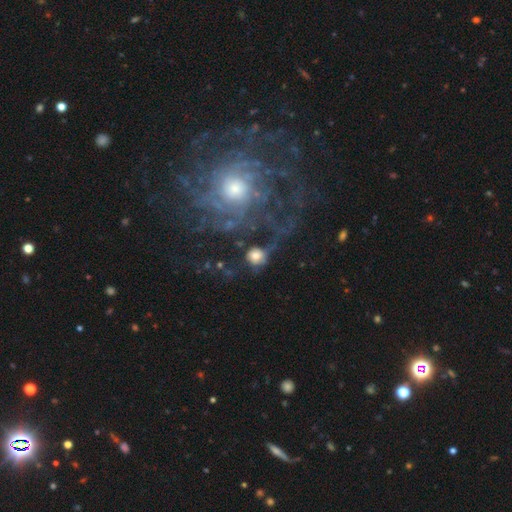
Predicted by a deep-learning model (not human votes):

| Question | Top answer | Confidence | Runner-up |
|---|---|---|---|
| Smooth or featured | smooth | 61% | featured or disk (26%) |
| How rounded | round | 86% | in between (13%) |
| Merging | none | 46% | major disturbance (23%) |